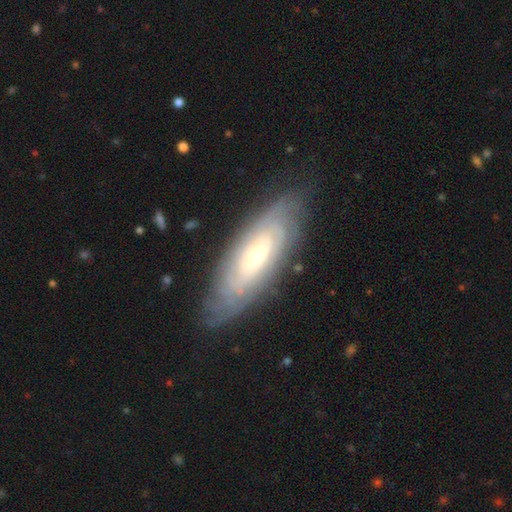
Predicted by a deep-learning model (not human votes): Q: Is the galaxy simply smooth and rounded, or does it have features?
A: featured or disk — 74%.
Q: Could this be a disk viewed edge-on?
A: no — 84%.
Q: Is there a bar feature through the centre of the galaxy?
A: no — 70%.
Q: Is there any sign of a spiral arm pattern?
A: yes — 87%.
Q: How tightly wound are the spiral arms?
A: tight — 81%.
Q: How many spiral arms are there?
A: can't tell — 64%.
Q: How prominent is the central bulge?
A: small — 63%.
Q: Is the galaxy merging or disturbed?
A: none — 80%.